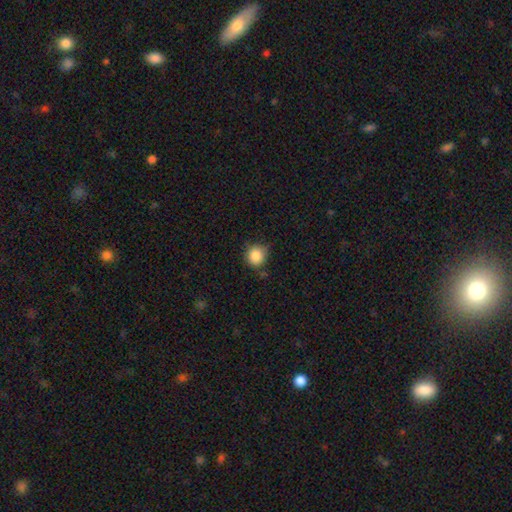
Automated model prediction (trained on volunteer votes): smooth 86%, star or artifact 10%, featured or disk 4%. Down the decision tree: how rounded — round (88%); merging — none (72%).